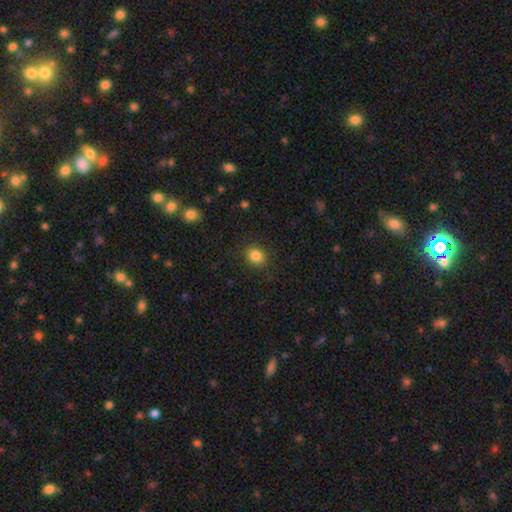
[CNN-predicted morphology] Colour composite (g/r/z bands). It shows a smooth galaxy with no disk features (85%) that is round (67%). Merging: none (87%).